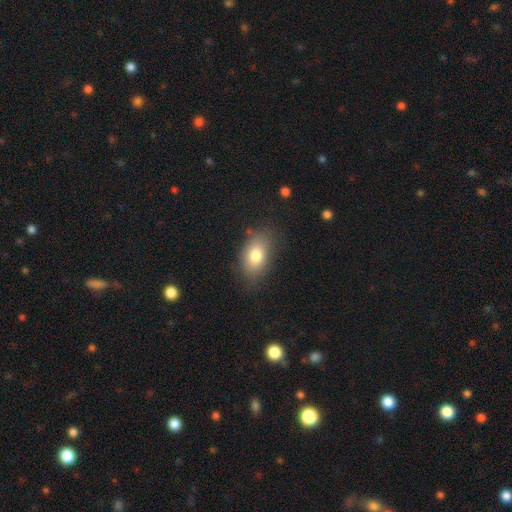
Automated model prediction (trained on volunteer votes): A smooth galaxy with no disk features (78%) that is in between round and cigar-shaped (85%).

Vote fractions:
- Smooth or featured? smooth: 78% / featured or disk: 13% / star or artifact: 9%
- How rounded? in between: 85% / round: 12% / cigar-shaped: 2%
- Merging? none: 76% / minor disturbance: 16% / major disturbance: 5% / merger: 2%